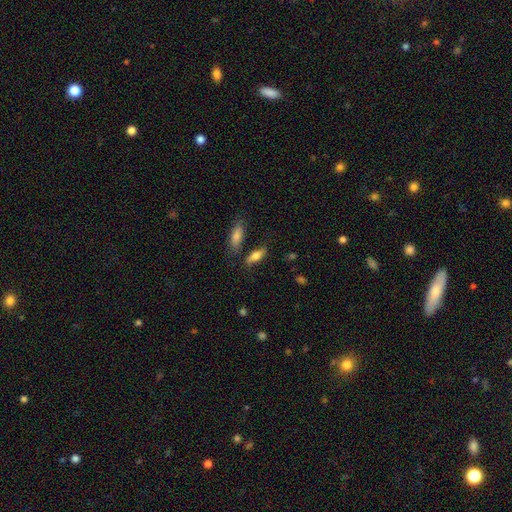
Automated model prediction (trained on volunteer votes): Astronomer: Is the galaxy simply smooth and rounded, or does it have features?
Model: smooth — 68%.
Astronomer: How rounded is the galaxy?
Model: in between — 63%.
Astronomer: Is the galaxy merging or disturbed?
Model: none — 72%.